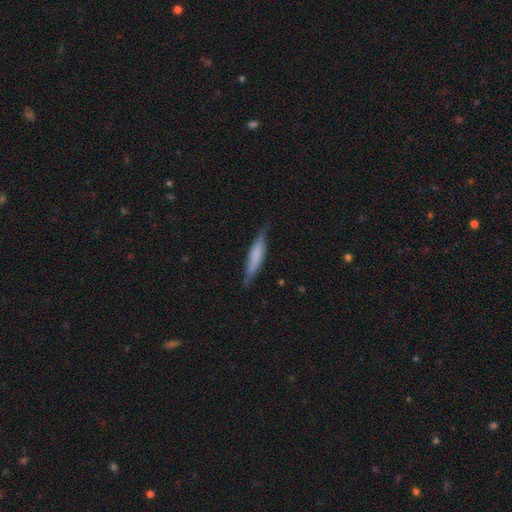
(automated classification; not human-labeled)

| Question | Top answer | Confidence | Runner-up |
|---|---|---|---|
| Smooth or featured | smooth | 60% | featured or disk (34%) |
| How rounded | cigar-shaped | 86% | in between (13%) |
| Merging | none | 77% | minor disturbance (18%) |